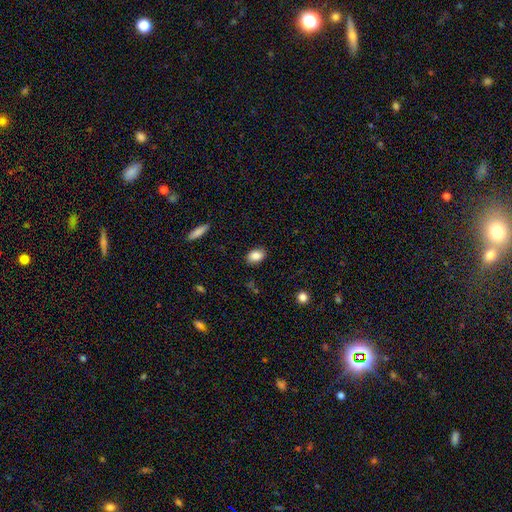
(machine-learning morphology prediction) Smooth or featured? smooth (87%)
How rounded? in between (81%)
Merging? none (87%)